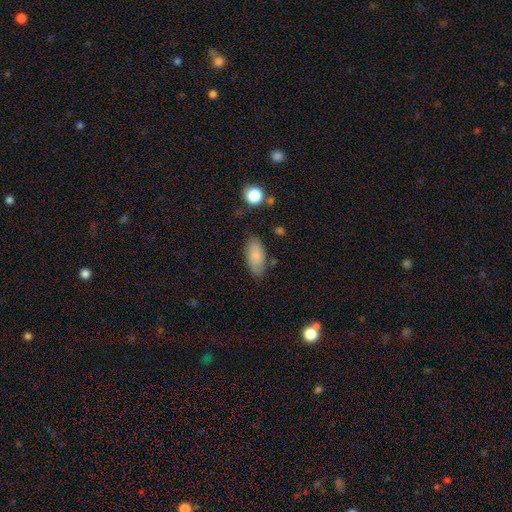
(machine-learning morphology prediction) The model was most divided on "merging": none: 76%, minor disturbance: 17%, major disturbance: 4%, merger: 3%. More confident: how rounded — in between (90%); smooth or featured — smooth (82%).